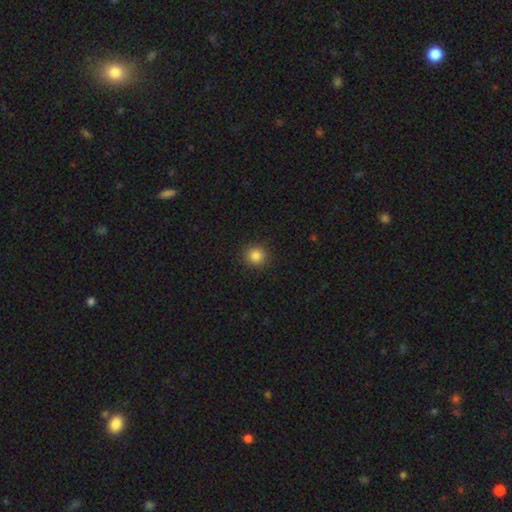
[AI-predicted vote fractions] This appears to be a smooth galaxy with no disk features (85%) that is round (92%). Merging: none (91%).